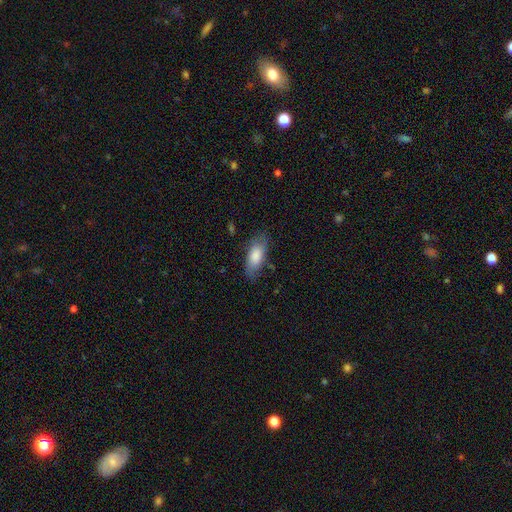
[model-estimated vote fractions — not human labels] Smooth or featured?
  - smooth: 79% *
  - featured or disk: 15%
  - star or artifact: 6%
How rounded?
  - in between: 83% *
  - cigar-shaped: 15%
  - round: 2%
Merging?
  - none: 72% *
  - minor disturbance: 20%
  - major disturbance: 6%
  - merger: 2%